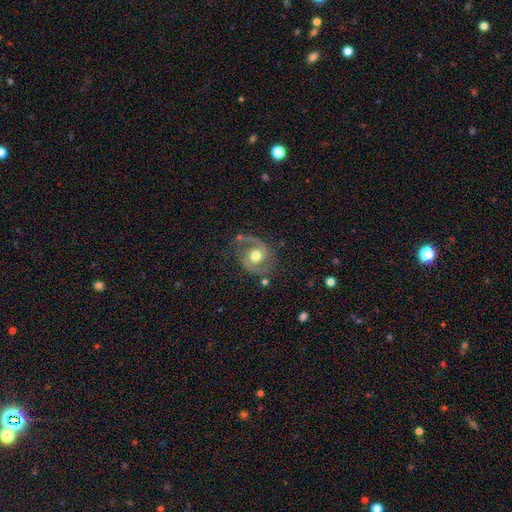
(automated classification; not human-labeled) Smooth or featured? Predicted: featured or disk (p=0.88). Edge-on disk? Predicted: no (p=0.98). Bar? Predicted: no (p=0.61). Spiral arms? Predicted: yes (p=0.97). Spiral winding? Predicted: medium (p=0.59). Spiral arm count? Predicted: 2 (p=0.92). Bulge size? Predicted: moderate (p=0.73). Merging? Predicted: none (p=0.74).